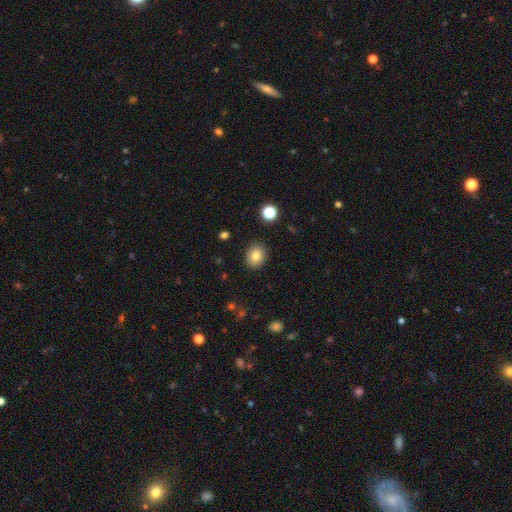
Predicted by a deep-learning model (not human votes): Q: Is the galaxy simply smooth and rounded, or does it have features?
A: smooth — 82%.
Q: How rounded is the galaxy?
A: round — 65%.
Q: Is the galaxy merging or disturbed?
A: none — 89%.